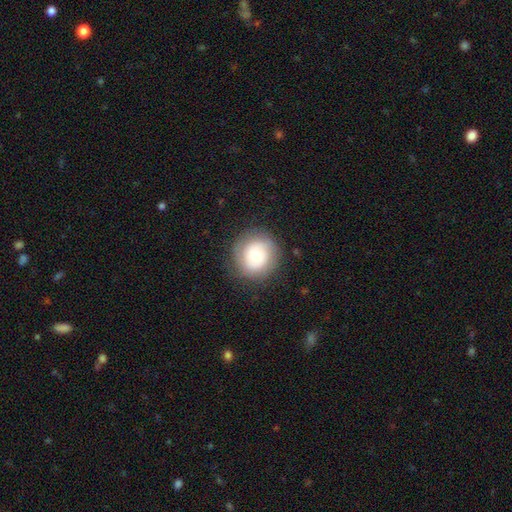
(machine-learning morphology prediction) Overall: smooth (66%). How rounded: round (89%). Merging: none (82%).